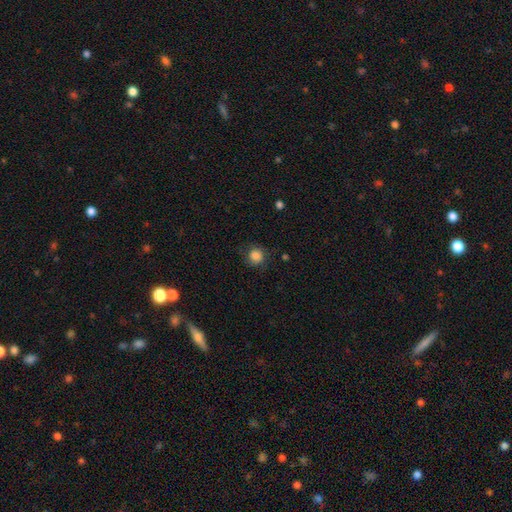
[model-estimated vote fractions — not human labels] A smooth galaxy with no disk features (85%) that is round (89%). Merging: none (79%).